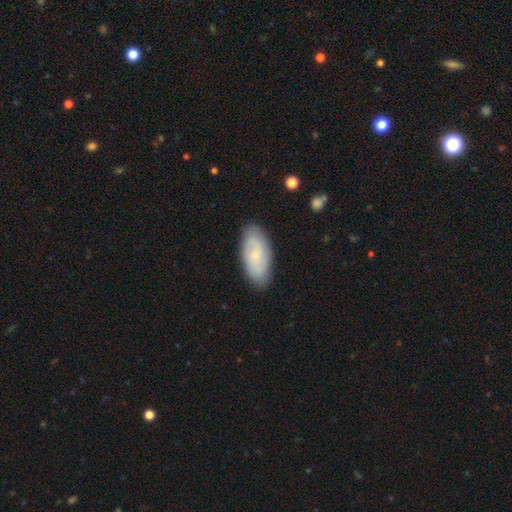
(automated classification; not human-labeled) smooth 52%, featured or disk 41%, star or artifact 7%. Down the decision tree: how rounded — in between (90%); merging — none (85%).